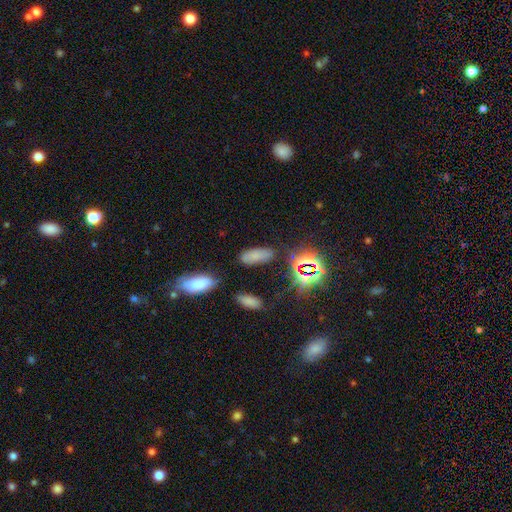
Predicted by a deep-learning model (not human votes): Smooth or featured?
  - smooth: 64% *
  - star or artifact: 26%
  - featured or disk: 10%
How rounded?
  - in between: 82% *
  - cigar-shaped: 14%
  - round: 4%
Merging?
  - none: 77% *
  - minor disturbance: 14%
  - major disturbance: 5%
  - merger: 4%